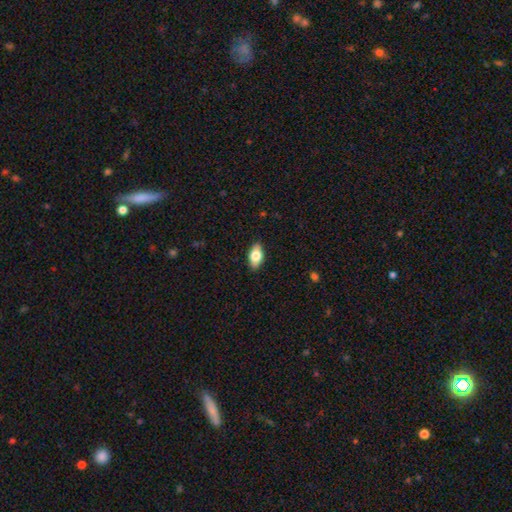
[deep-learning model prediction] Overall: smooth (75%). How rounded: in between (90%). Merging: none (88%).